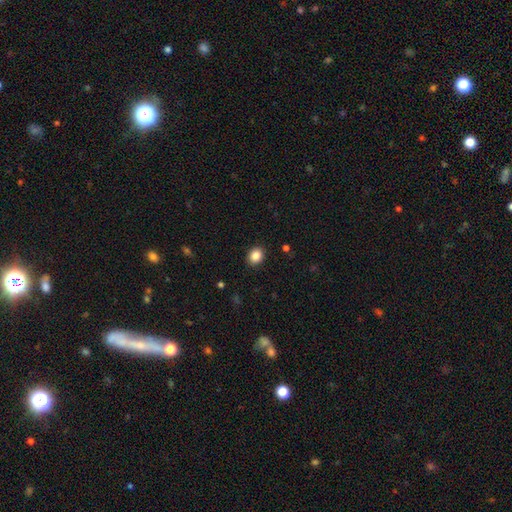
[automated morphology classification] This is clearly a smooth galaxy (87%). How rounded: possibly round (54%). Merging: clearly none (90%).